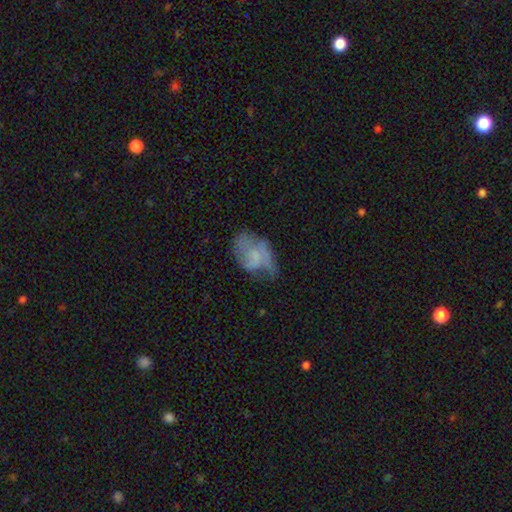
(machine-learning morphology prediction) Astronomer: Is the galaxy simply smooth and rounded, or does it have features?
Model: featured or disk — 48% (runner-up: smooth, 42%).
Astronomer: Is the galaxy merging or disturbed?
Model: none — 34%, tied with minor disturbance at 34%.